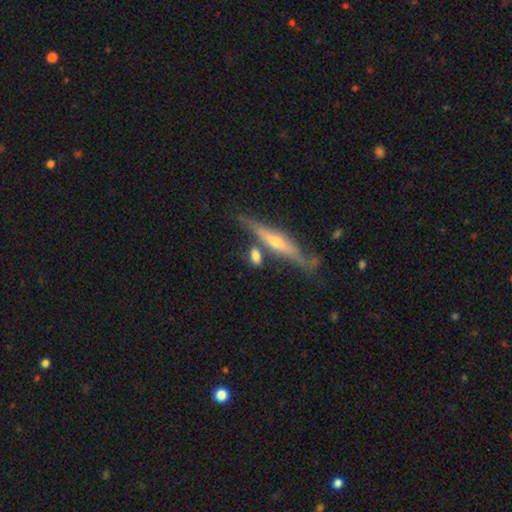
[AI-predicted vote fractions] smooth-or-featured: smooth: 50% | featured or disk: 43% | star or artifact: 7%
  merging: none: 60% | minor disturbance: 17% | merger: 17% | major disturbance: 6%